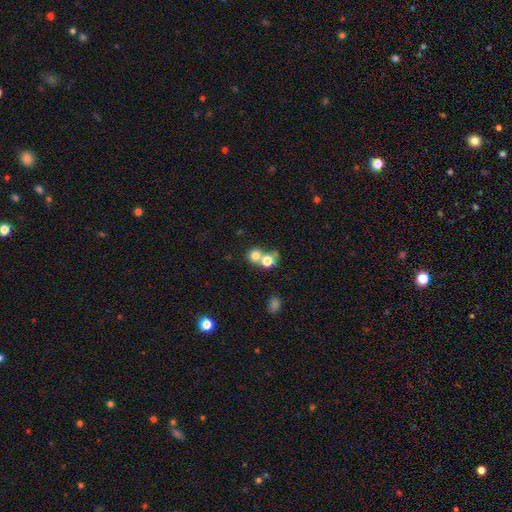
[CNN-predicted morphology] Smooth or featured? Predicted: smooth (p=0.75). How rounded? Predicted: round (p=0.76). Merging? Predicted: merger (p=0.61).